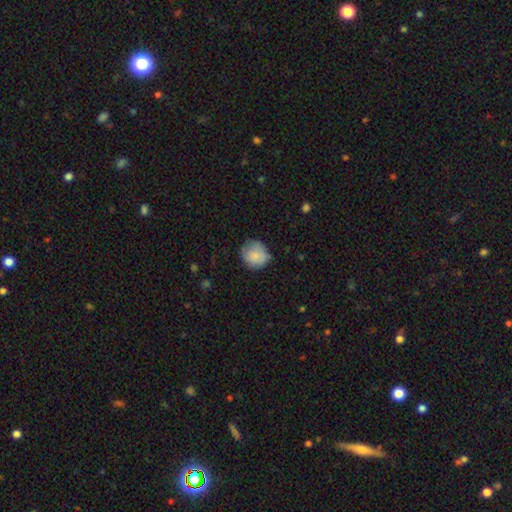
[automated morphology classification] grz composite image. It shows a smooth galaxy with no disk features (79%) that is round (85%). Merging: none (70%).